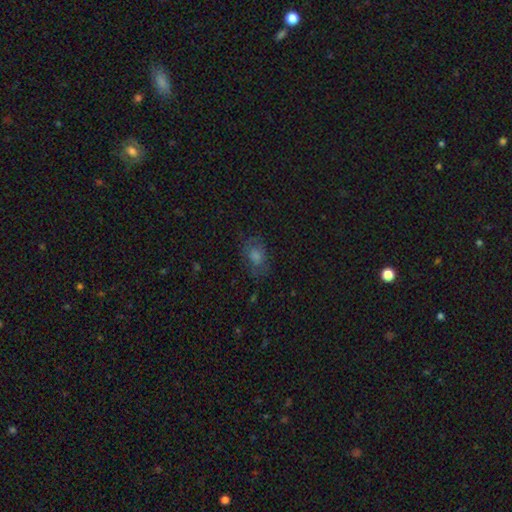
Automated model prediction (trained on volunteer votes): smooth 55%, star or artifact 24%, featured or disk 21%. Down the decision tree: how rounded — in between (68%); merging — none (74%).